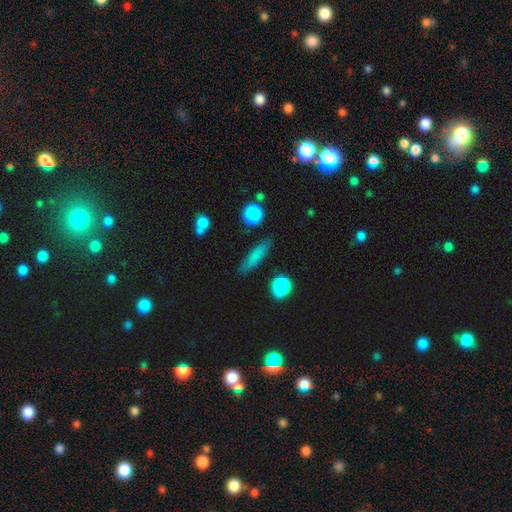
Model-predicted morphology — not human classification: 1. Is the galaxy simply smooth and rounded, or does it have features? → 75% smooth, 17% featured or disk, 8% star or artifact.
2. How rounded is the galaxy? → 72% cigar-shaped, 22% in between, 5% round.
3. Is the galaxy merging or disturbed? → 83% none, 12% minor disturbance, 3% major disturbance, 2% merger.